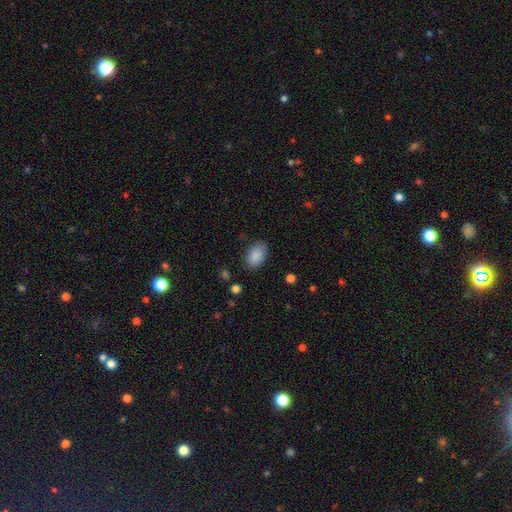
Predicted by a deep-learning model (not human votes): Smooth or featured? smooth (89%)
How rounded? in between (90%)
Merging? none (83%)